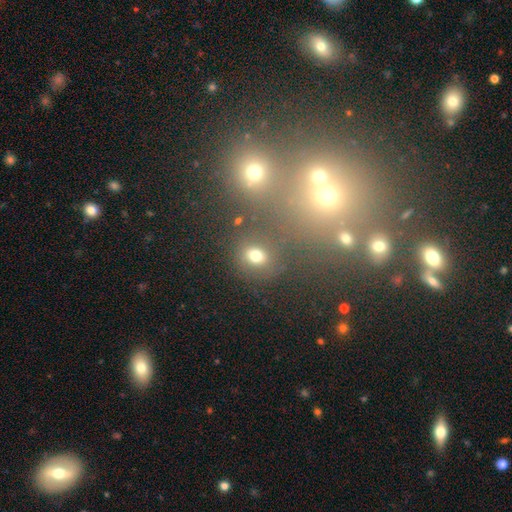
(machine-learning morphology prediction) The model was most divided on "how rounded": round: 60%, in between: 38%, cigar-shaped: 2%. More confident: merging — none (76%); smooth or featured — smooth (68%).